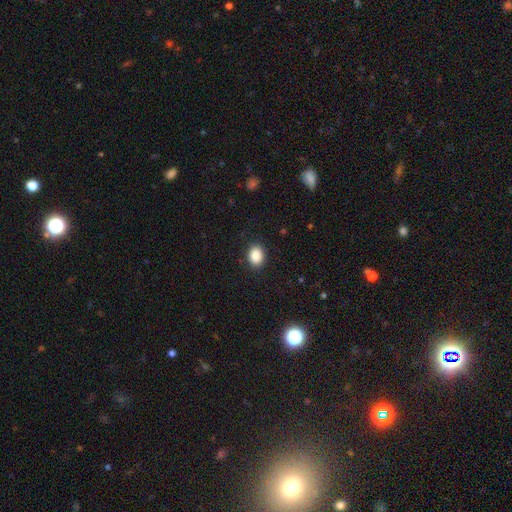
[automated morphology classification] This appears to be a smooth galaxy with no disk features (89%) that is in between round and cigar-shaped (65%). Merging: none (90%).